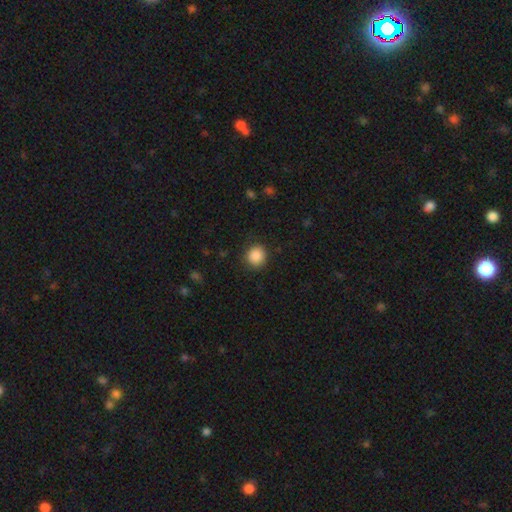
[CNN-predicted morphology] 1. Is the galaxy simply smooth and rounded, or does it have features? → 88% smooth, 9% star or artifact, 3% featured or disk.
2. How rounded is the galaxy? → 90% round, 10% in between, 1% cigar-shaped.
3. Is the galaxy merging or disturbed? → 88% none, 8% minor disturbance, 3% major disturbance, 1% merger.